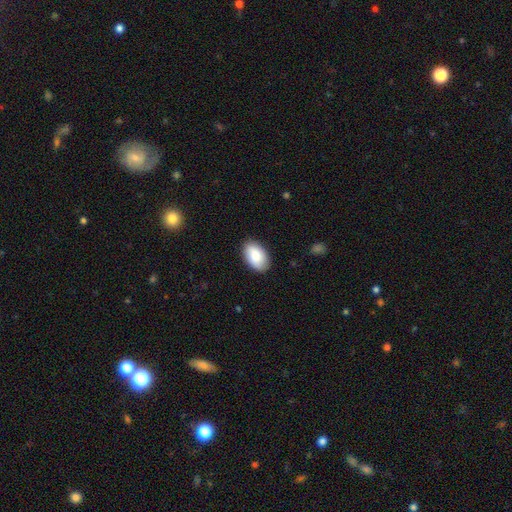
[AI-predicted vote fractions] A smooth galaxy with no disk features (84%) that is in between round and cigar-shaped (93%).

Vote fractions:
- Smooth or featured? smooth: 84% / featured or disk: 10% / star or artifact: 6%
- How rounded? in between: 93% / round: 6% / cigar-shaped: 1%
- Merging? none: 87% / minor disturbance: 10% / major disturbance: 2% / merger: 1%